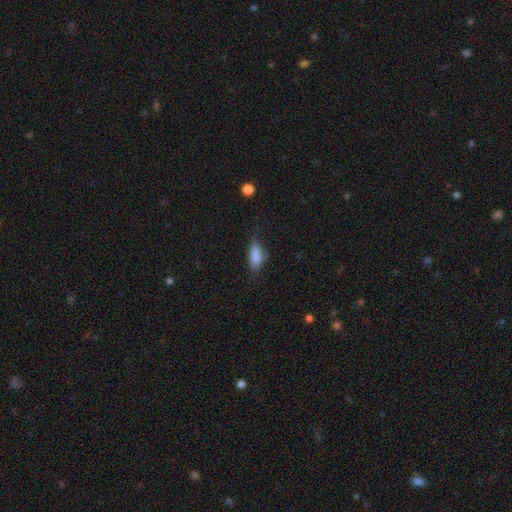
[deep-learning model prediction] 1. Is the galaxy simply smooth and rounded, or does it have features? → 84% smooth, 8% featured or disk, 8% star or artifact.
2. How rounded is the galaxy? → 70% in between, 27% cigar-shaped, 3% round.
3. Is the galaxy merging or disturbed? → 64% none, 27% minor disturbance, 8% major disturbance, 2% merger.